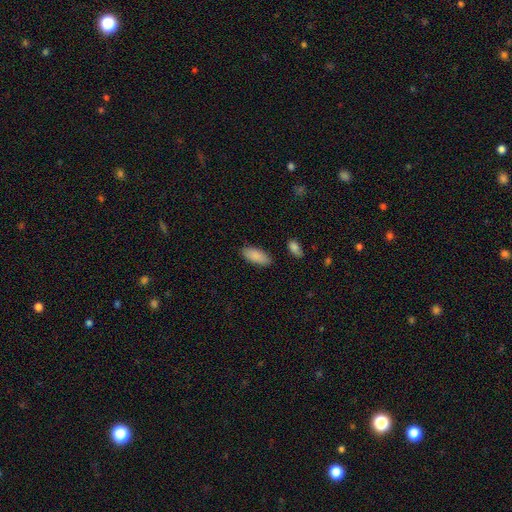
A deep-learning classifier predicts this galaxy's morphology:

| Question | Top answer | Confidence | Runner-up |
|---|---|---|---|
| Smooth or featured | smooth | 88% | star or artifact (6%) |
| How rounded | in between | 86% | cigar-shaped (13%) |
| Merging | none | 85% | minor disturbance (11%) |